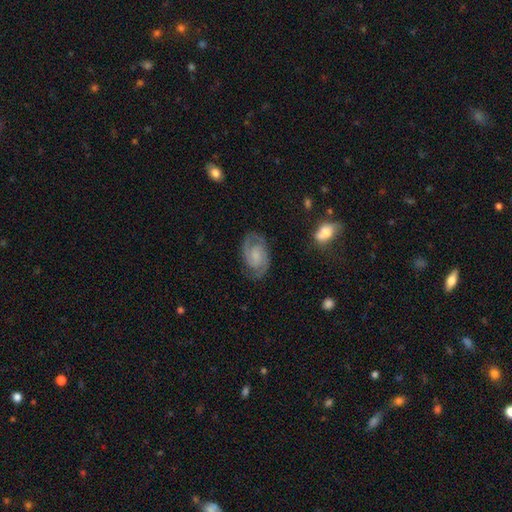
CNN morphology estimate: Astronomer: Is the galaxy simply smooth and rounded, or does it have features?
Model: featured or disk — 82%.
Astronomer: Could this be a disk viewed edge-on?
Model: no — 97%.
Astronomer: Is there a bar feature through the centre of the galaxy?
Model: no — 55% (runner-up: weak, 38%).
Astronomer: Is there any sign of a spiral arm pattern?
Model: yes — 96%.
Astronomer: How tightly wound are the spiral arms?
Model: tight — 47% (runner-up: medium, 44%).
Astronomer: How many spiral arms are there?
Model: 2 — 87%.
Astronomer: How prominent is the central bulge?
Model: small — 42% (runner-up: moderate, 26%).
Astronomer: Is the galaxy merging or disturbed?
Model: none — 79%.